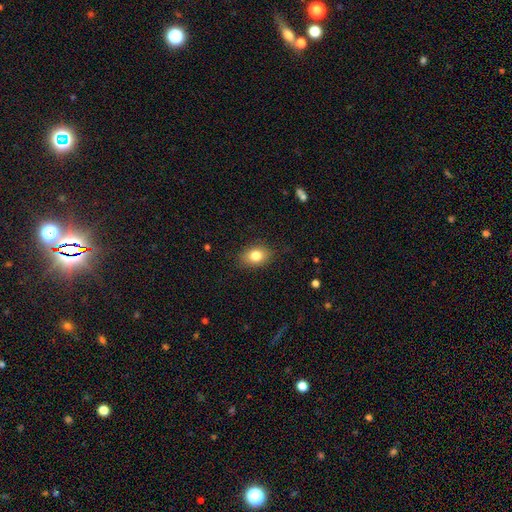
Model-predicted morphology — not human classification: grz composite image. It shows a smooth galaxy with no disk features (81%) that is in between round and cigar-shaped (73%). Merging: none (85%).